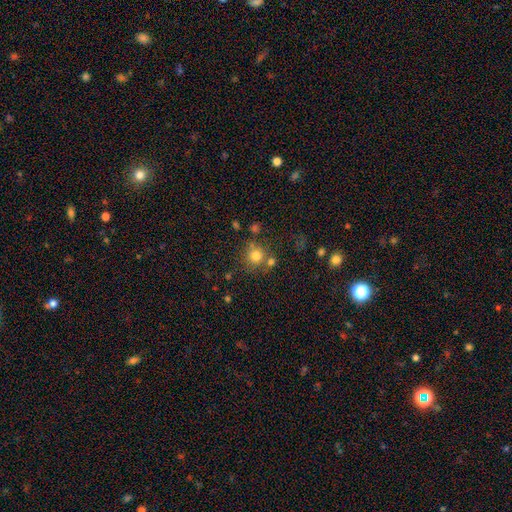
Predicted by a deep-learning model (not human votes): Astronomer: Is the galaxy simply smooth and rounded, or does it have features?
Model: smooth — 77%.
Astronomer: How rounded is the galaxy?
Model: round — 91%.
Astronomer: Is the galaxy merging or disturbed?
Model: none — 67%.